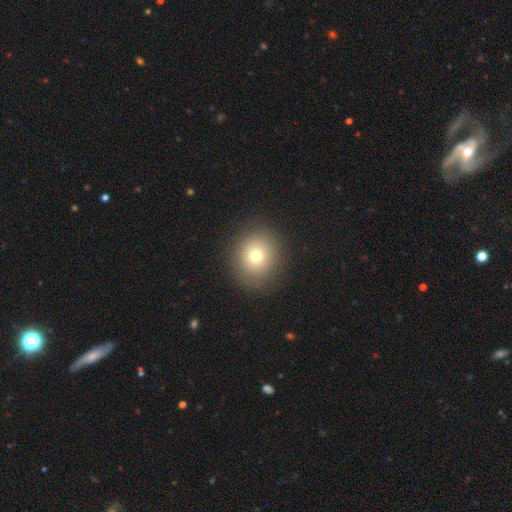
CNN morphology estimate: This appears to be a smooth galaxy with no disk features (72%) that is round (85%). Merging: none (87%).